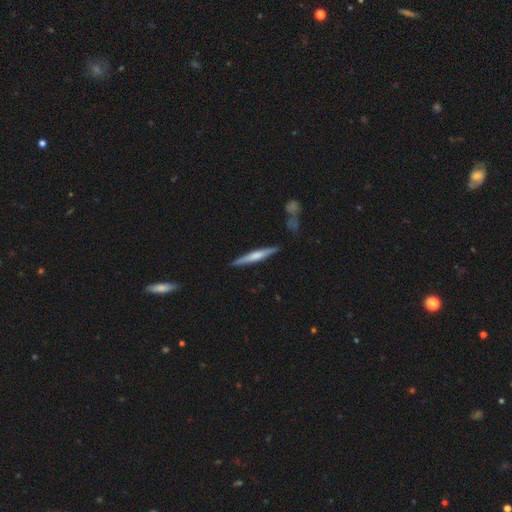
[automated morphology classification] The model was most divided on "smooth or featured": featured or disk: 50%, smooth: 45%, star or artifact: 5%. More confident: merging — none (86%).